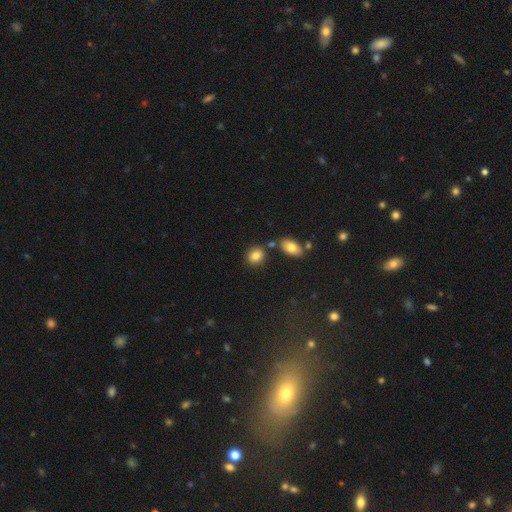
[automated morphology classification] This is clearly a smooth galaxy (83%). How rounded: possibly in between (50%). Merging: likely none (75%).